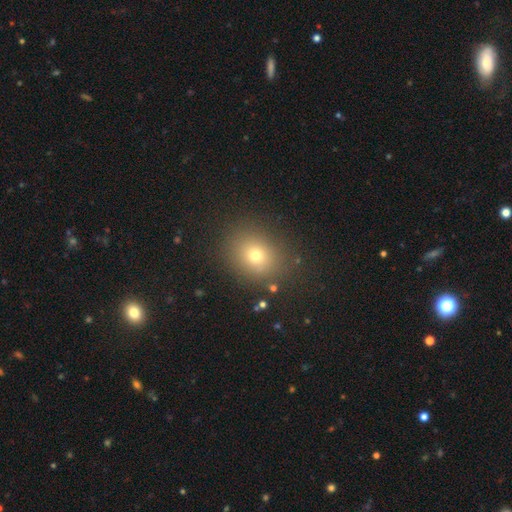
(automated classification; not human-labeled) Overall: smooth (69%). How rounded: round (64%; in between 35%). Merging: none (84%).